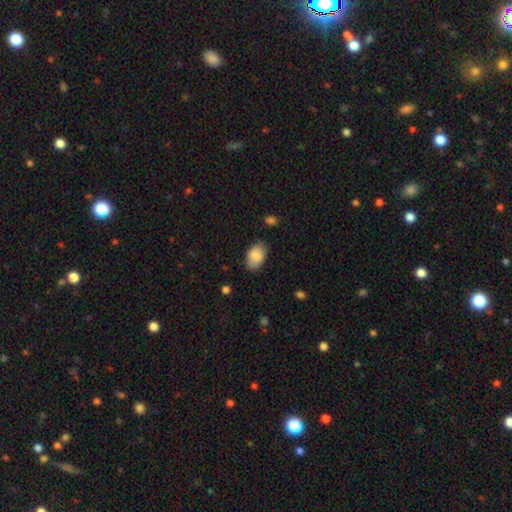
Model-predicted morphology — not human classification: Smooth or featured? smooth (86%)
How rounded? in between (88%)
Merging? none (81%)